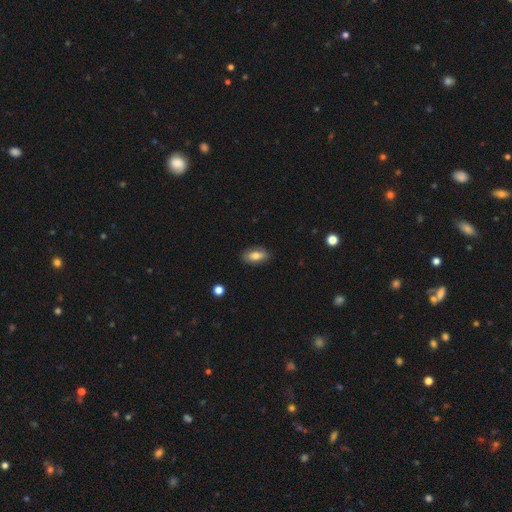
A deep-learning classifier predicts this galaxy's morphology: A smooth galaxy with no disk features (73%) that is in between round and cigar-shaped (89%). Merging: none (83%).